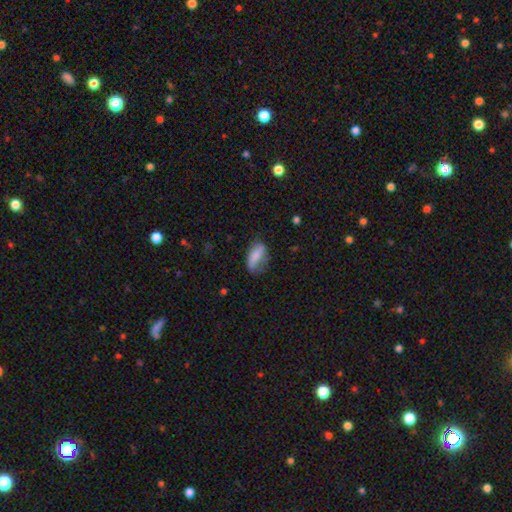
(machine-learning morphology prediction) smooth_or_featured: smooth (p=0.74) [alt: featured or disk p=0.19]
how_rounded: in between (p=0.87) [alt: cigar-shaped p=0.09]
merging: none (p=0.51) [alt: minor disturbance p=0.31]